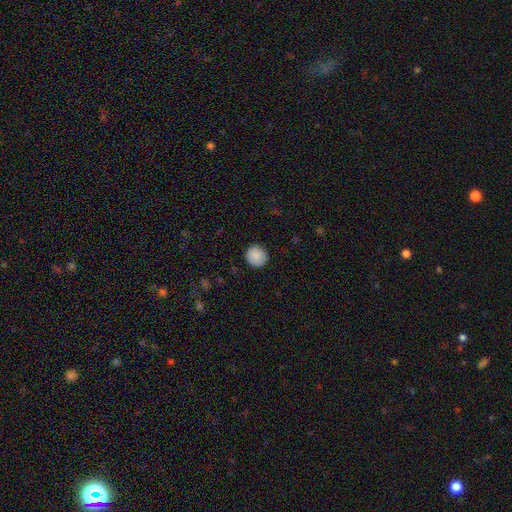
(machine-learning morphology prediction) A smooth galaxy with no disk features (88%) that is round (93%). Merging: none (89%).